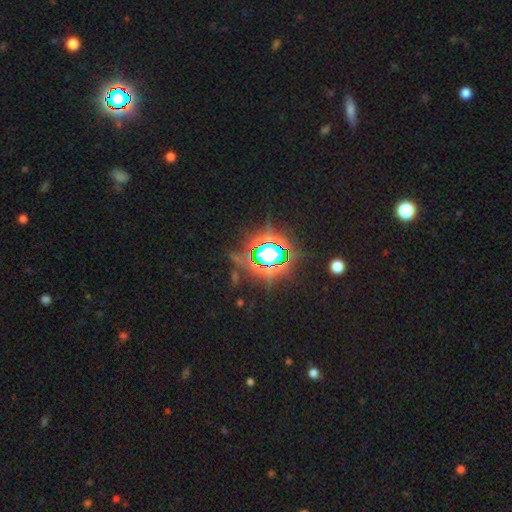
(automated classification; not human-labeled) star or artifact 82%, smooth 11%, featured or disk 7%.